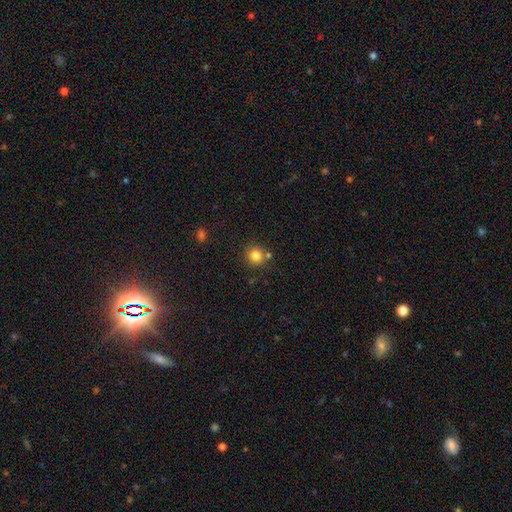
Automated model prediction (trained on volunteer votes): Smooth or featured: smooth — 82% (star or artifact — 12%)
How rounded: round — 91% (in between — 8%)
Merging: none — 77% (merger — 11%)